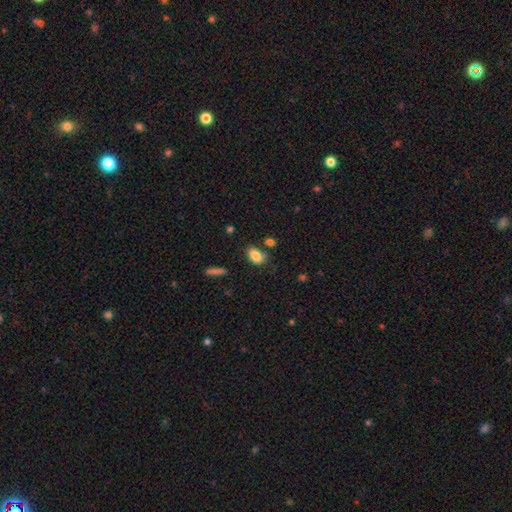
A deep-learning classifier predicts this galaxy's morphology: Smooth or featured?
  - smooth: 83% *
  - star or artifact: 9%
  - featured or disk: 8%
How rounded?
  - in between: 87% *
  - round: 11%
  - cigar-shaped: 2%
Merging?
  - none: 66% *
  - minor disturbance: 19%
  - merger: 11%
  - major disturbance: 5%